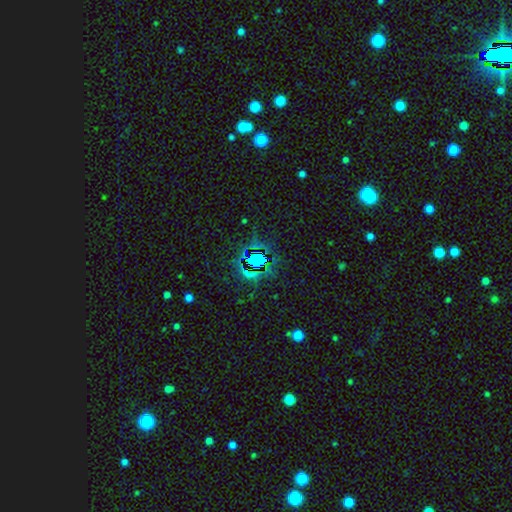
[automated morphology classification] Smooth or featured: star or artifact — 73% (smooth — 17%)